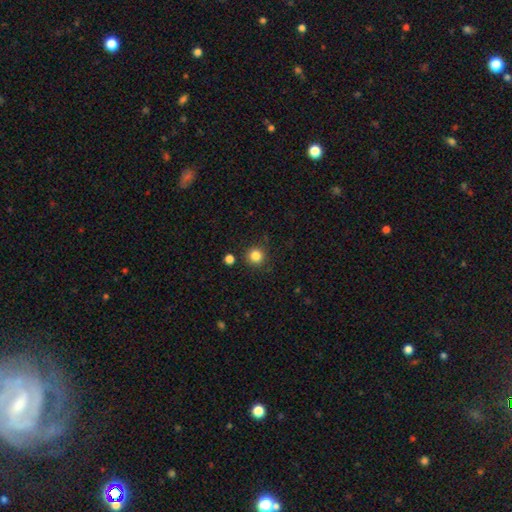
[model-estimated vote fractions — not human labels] smooth 84%, star or artifact 12%, featured or disk 4%. Down the decision tree: how rounded — round (93%); merging — none (86%).